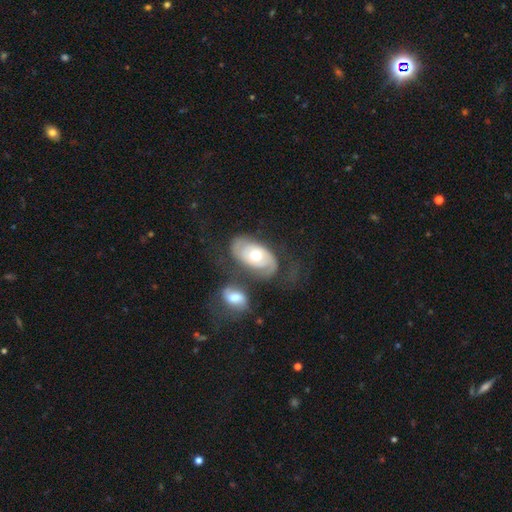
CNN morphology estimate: Smooth or featured?
  - featured or disk: 73% *
  - smooth: 21%
  - star or artifact: 5%
Edge-on disk?
  - no: 94% *
  - yes: 6%
Bar?
  - no: 80% *
  - weak: 15%
  - strong: 4%
Spiral arms?
  - yes: 81% *
  - no: 19%
Spiral winding?
  - tight: 58% *
  - medium: 28%
  - loose: 14%
Spiral arm count?
  - 2: 63% *
  - can't tell: 21%
  - 1: 9%
  - 3: 3%
  - 4: 2%
  - more than 4: 2%
Bulge size?
  - moderate: 77% *
  - small: 11%
  - large: 10%
  - dominant: 1%
  - none: 1%
Merging?
  - none: 45% *
  - merger: 22%
  - minor disturbance: 18%
  - major disturbance: 15%